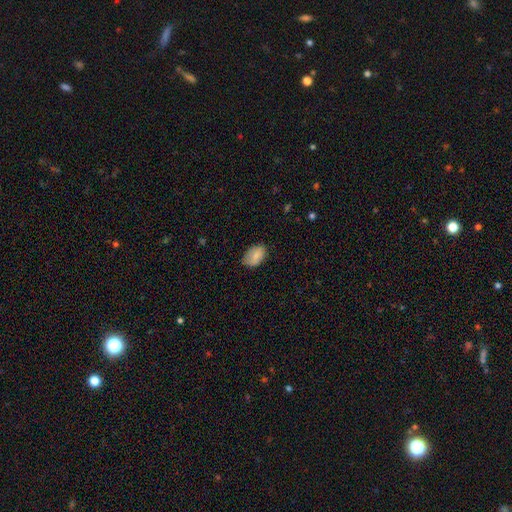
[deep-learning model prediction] smooth 83%, featured or disk 10%, star or artifact 7%. Down the decision tree: how rounded — in between (87%); merging — none (73%).